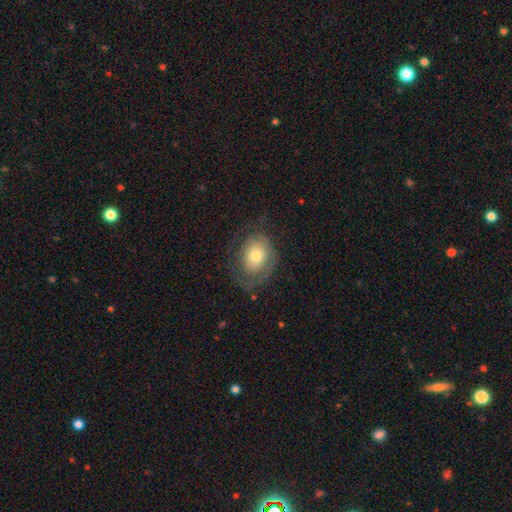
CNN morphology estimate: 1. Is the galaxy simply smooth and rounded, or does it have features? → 54% smooth, 38% featured or disk, 8% star or artifact.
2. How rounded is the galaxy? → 56% in between, 43% round, 1% cigar-shaped.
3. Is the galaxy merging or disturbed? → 58% none, 23% minor disturbance, 18% major disturbance, 1% merger.